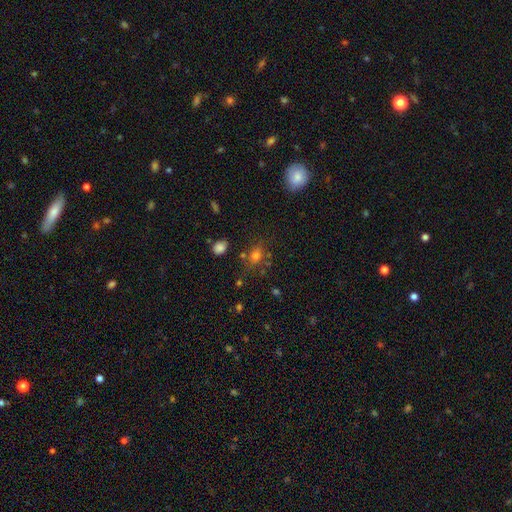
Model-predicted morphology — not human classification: type=smooth (72%); roundness=in between (61%); merging=none (66%).